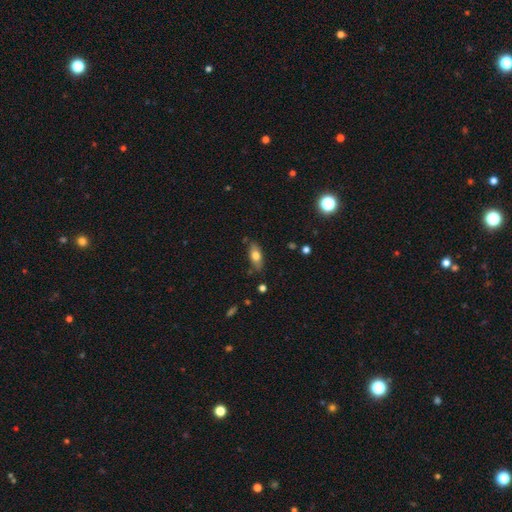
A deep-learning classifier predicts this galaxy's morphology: smooth_or_featured: smooth (p=0.71) [alt: featured or disk p=0.22]
how_rounded: in between (p=0.80) [alt: cigar-shaped p=0.16]
merging: none (p=0.77) [alt: minor disturbance p=0.17]